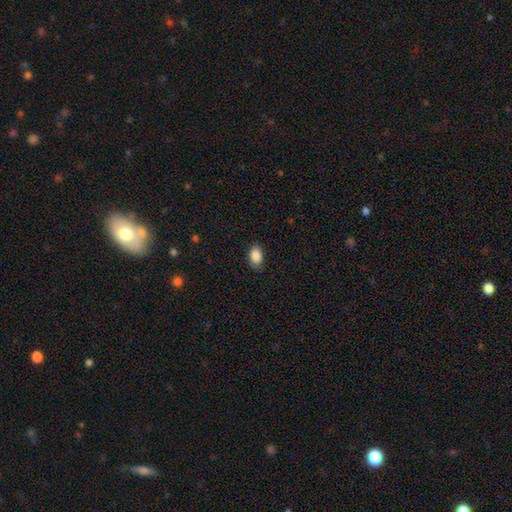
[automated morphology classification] This is clearly a smooth galaxy (88%). How rounded: clearly in between (91%). Merging: clearly none (83%).